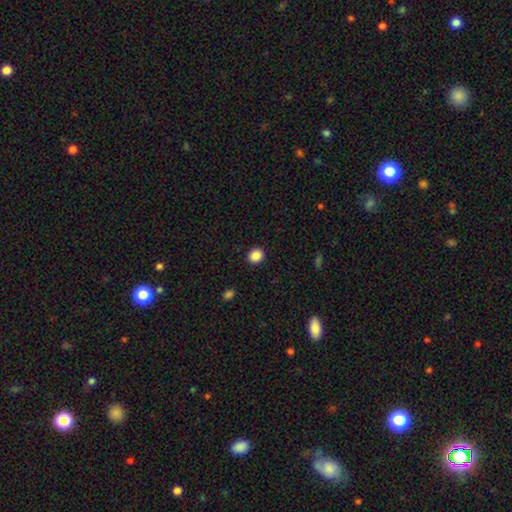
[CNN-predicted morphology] smooth-or-featured: smooth: 88% | star or artifact: 9% | featured or disk: 3%
  how-rounded: round: 75% | in between: 24% | cigar-shaped: 1%
  merging: none: 91% | minor disturbance: 6% | major disturbance: 2% | merger: 1%